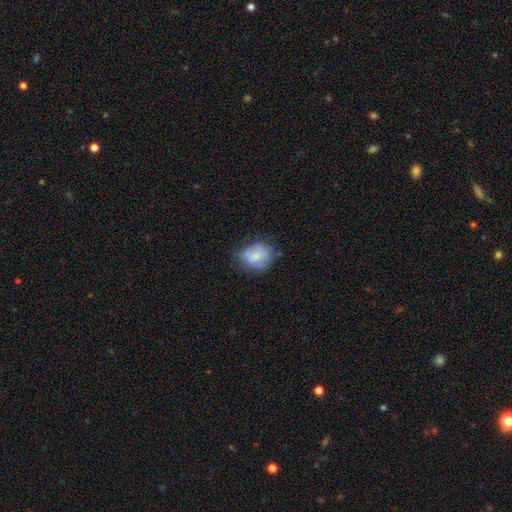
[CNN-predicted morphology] type=smooth (67%); roundness=round (58%); merging=none (50%).